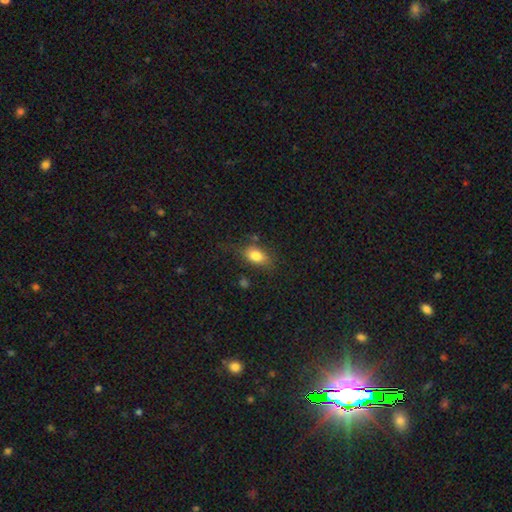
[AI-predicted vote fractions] Morphology: type=smooth (82%); roundness=in between (82%); merging=none (67%).